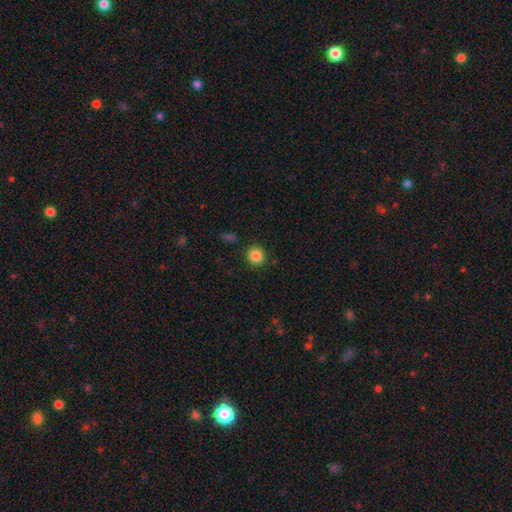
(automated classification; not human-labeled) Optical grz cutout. It shows a smooth galaxy with no disk features (86%) that is round (87%). Merging: none (88%).